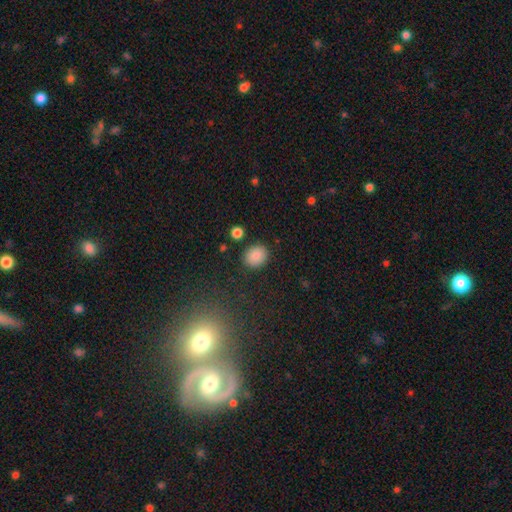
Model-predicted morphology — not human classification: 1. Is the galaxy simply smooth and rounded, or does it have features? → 86% smooth, 9% star or artifact, 5% featured or disk.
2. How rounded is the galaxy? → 61% round, 38% in between, 1% cigar-shaped.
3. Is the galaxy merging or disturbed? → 87% none, 8% minor disturbance, 3% merger, 3% major disturbance.